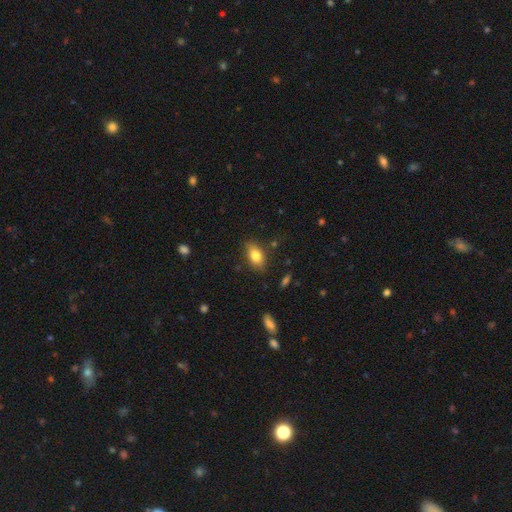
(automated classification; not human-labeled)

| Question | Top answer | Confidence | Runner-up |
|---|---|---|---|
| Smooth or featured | smooth | 81% | featured or disk (11%) |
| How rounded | in between | 87% | round (9%) |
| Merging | none | 81% | minor disturbance (14%) |